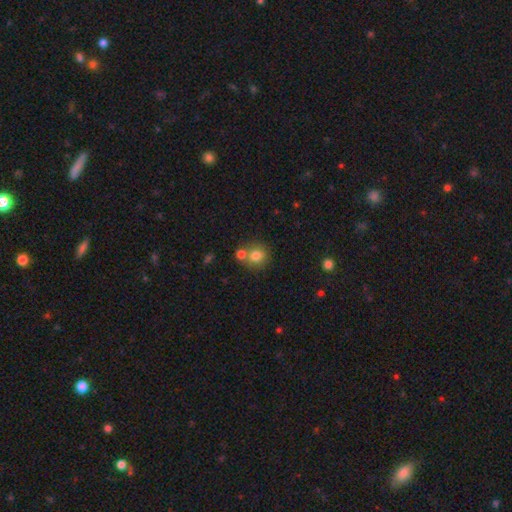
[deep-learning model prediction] The model was most divided on "merging": none: 53%, merger: 34%, minor disturbance: 9%, major disturbance: 3%. More confident: how rounded — round (81%); smooth or featured — smooth (78%).